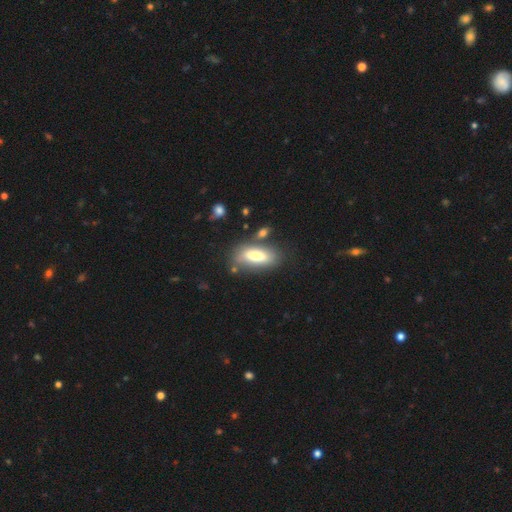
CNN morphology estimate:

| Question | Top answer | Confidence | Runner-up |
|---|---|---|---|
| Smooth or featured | smooth | 69% | featured or disk (23%) |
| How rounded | in between | 77% | cigar-shaped (20%) |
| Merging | none | 69% | minor disturbance (15%) |